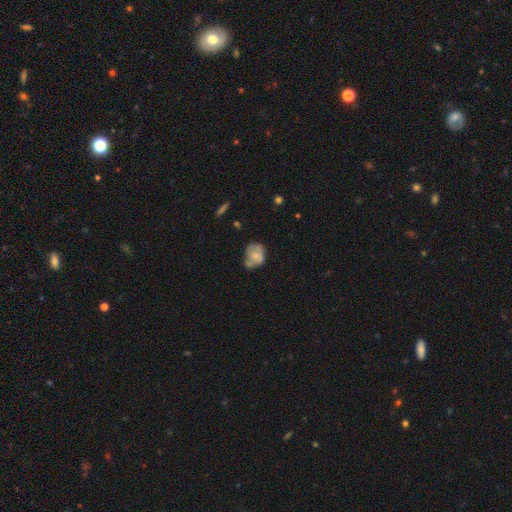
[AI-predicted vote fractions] A smooth galaxy with no disk features (53%) that is in between round and cigar-shaped (55%).

Vote fractions:
- Smooth or featured? smooth: 53% / featured or disk: 37% / star or artifact: 9%
- How rounded? in between: 55% / round: 44% / cigar-shaped: 1%
- Merging? none: 38% / minor disturbance: 29% / merger: 18% / major disturbance: 15%